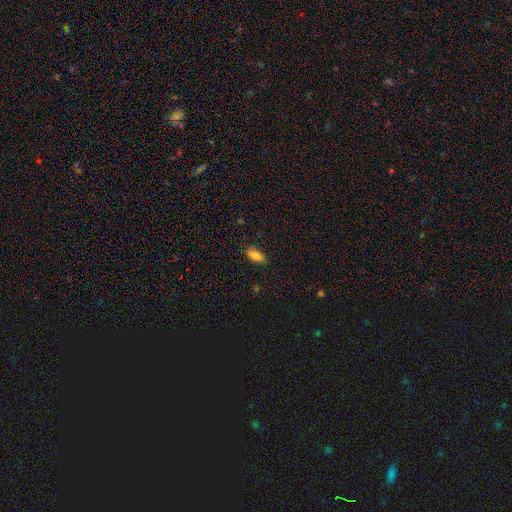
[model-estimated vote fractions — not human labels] smooth 77%, featured or disk 14%, star or artifact 9%. Down the decision tree: how rounded — in between (85%); merging — none (73%).